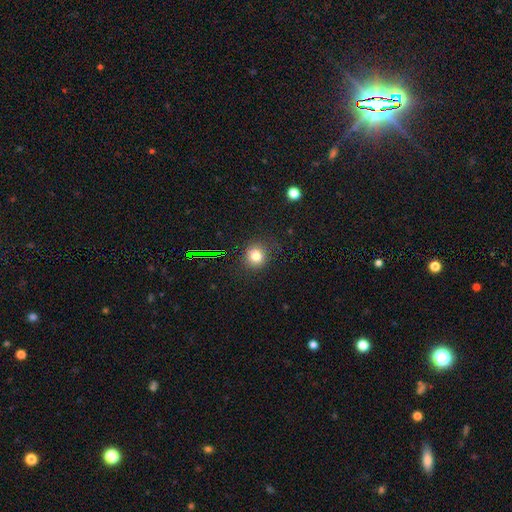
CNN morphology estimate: smooth_or_featured: smooth (p=0.78) [alt: star or artifact p=0.15]
how_rounded: round (p=0.84) [alt: in between p=0.15]
merging: none (p=0.85) [alt: minor disturbance p=0.10]